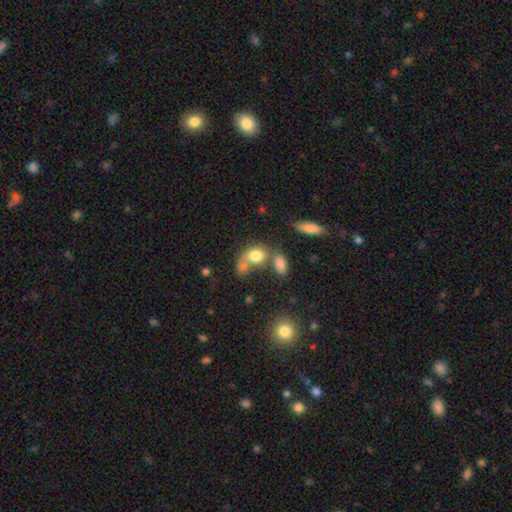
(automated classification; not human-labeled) A smooth galaxy with no disk features (78%) that is in between round and cigar-shaped (62%).

Vote fractions:
- Smooth or featured? smooth: 78% / featured or disk: 12% / star or artifact: 10%
- How rounded? in between: 62% / round: 35% / cigar-shaped: 2%
- Merging? merger: 48% / none: 30% / minor disturbance: 13% / major disturbance: 10%